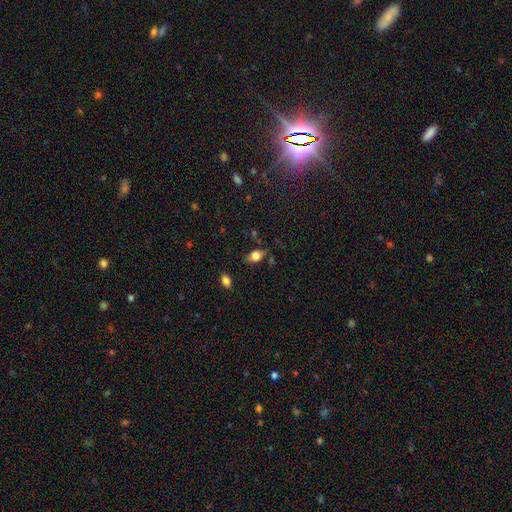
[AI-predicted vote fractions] This is likely a smooth galaxy (76%). How rounded: clearly in between (82%). Merging: likely none (69%).